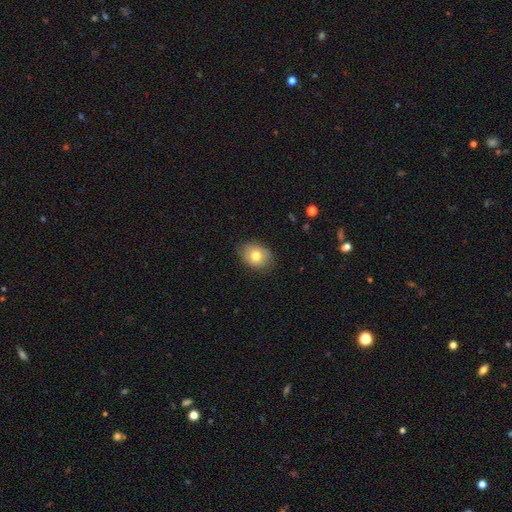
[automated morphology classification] Overall: smooth (76%). How rounded: in between (66%; round 33%). Merging: none (82%).